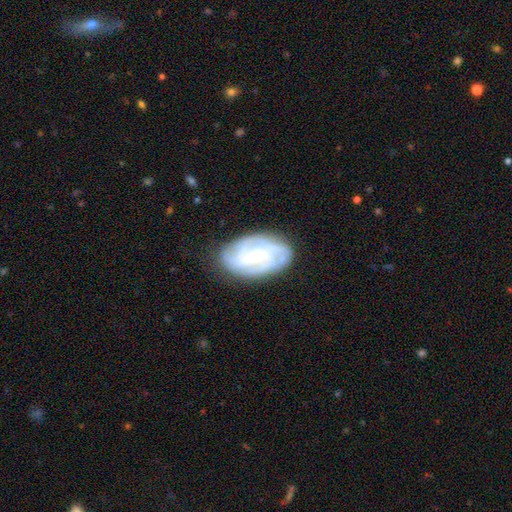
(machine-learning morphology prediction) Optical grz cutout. It shows a featured or disk galaxy (80%) with no bar (57%), tight (64%) spiral arms (95%) and a small central bulge (66%). Merging: none (78%).